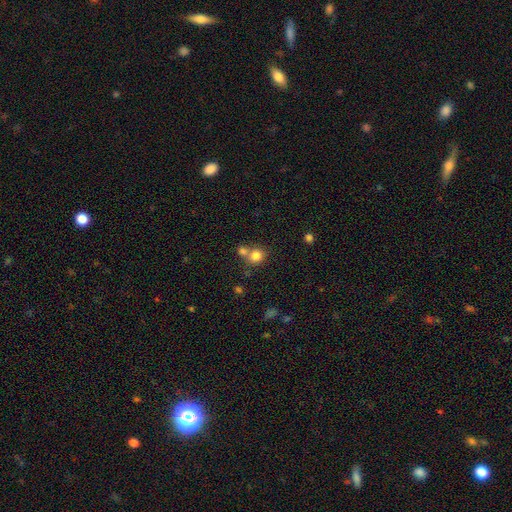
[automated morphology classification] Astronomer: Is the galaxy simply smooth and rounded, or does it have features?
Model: smooth — 80%.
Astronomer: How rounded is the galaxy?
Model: round — 84%.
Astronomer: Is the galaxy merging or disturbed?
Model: none — 50% (runner-up: merger, 39%).